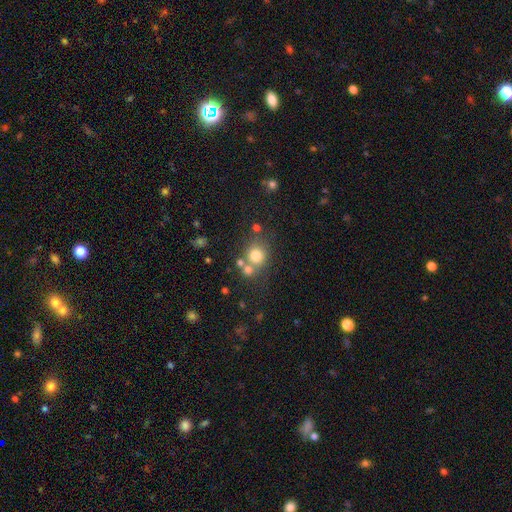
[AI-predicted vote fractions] A smooth galaxy with no disk features (75%) that is round (80%). Merging: none (58%).